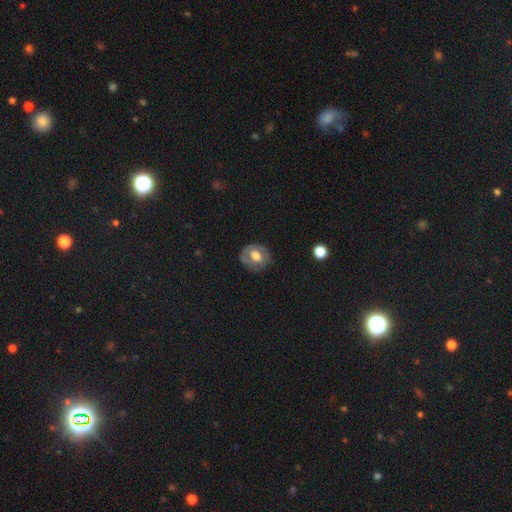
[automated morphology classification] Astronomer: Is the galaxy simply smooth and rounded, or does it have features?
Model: smooth — 50% (runner-up: featured or disk, 43%).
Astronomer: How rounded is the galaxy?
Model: round — 65%.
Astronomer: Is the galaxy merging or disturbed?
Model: none — 74%.